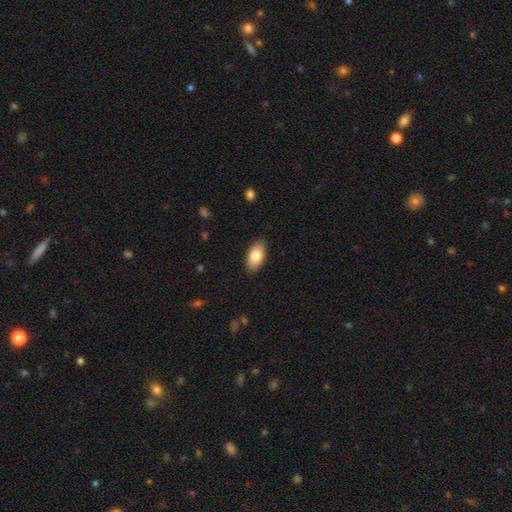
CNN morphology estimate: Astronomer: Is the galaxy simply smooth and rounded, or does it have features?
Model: smooth — 80%.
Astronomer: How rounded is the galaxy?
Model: in between — 94%.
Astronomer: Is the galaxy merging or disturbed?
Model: none — 88%.